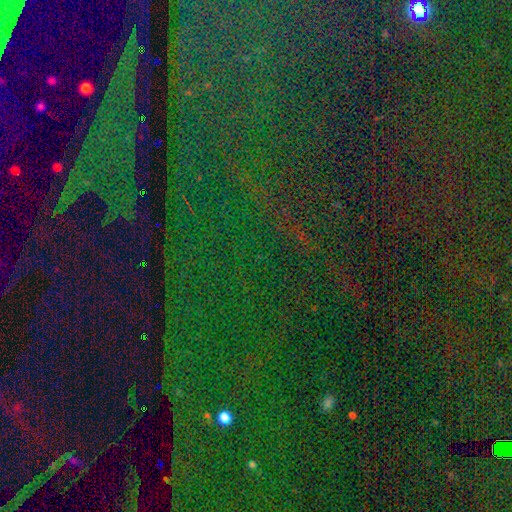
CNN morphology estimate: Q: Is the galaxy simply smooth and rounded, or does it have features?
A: star or artifact — 85%.